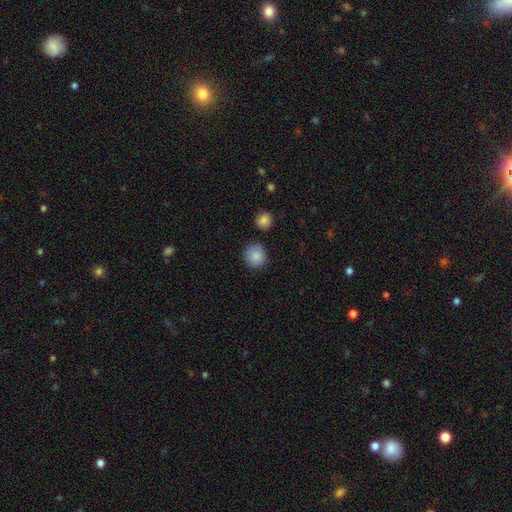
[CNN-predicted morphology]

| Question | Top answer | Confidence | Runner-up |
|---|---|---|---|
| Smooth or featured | smooth | 87% | star or artifact (8%) |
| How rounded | round | 91% | in between (8%) |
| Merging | none | 85% | minor disturbance (9%) |